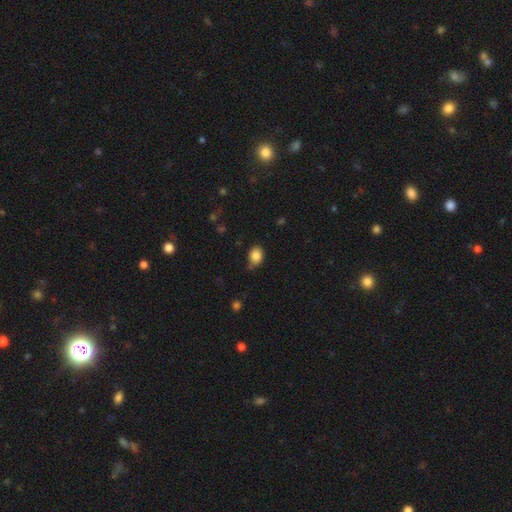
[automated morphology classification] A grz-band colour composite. It shows a smooth galaxy with no disk features (84%) that is in between round and cigar-shaped (57%). Merging: none (61%).